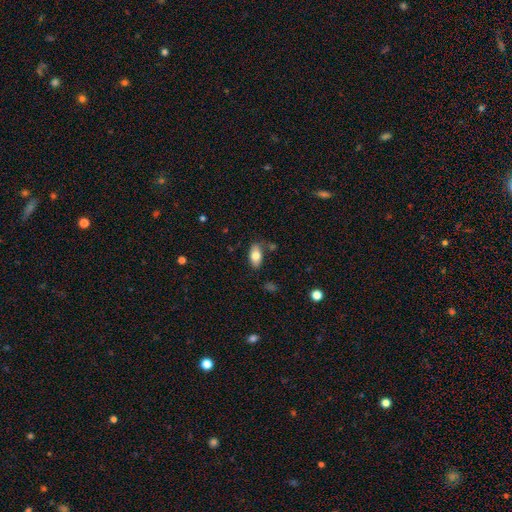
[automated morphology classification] Smooth or featured?
  - smooth: 77% *
  - featured or disk: 15%
  - star or artifact: 7%
How rounded?
  - in between: 91% *
  - cigar-shaped: 5%
  - round: 3%
Merging?
  - none: 76% *
  - minor disturbance: 16%
  - merger: 5%
  - major disturbance: 4%